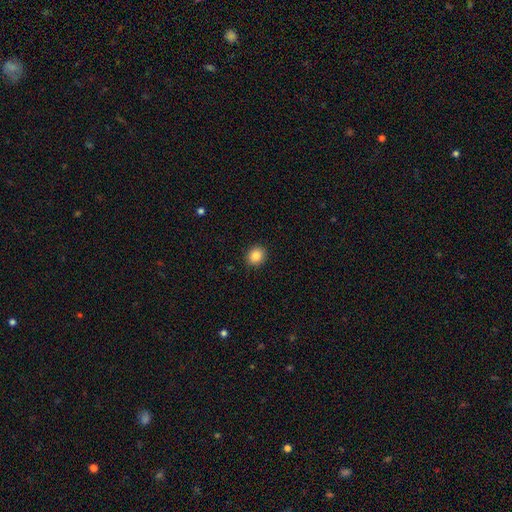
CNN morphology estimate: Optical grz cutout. It shows a smooth galaxy with no disk features (86%) that is round (74%). Merging: none (90%).